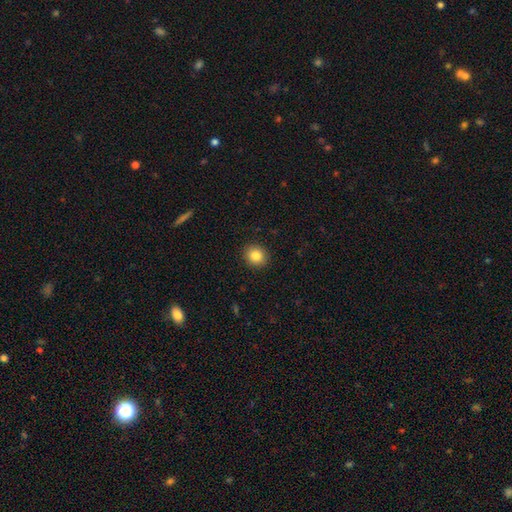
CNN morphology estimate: This is clearly a smooth galaxy (85%). How rounded: clearly round (83%). Merging: clearly none (92%).